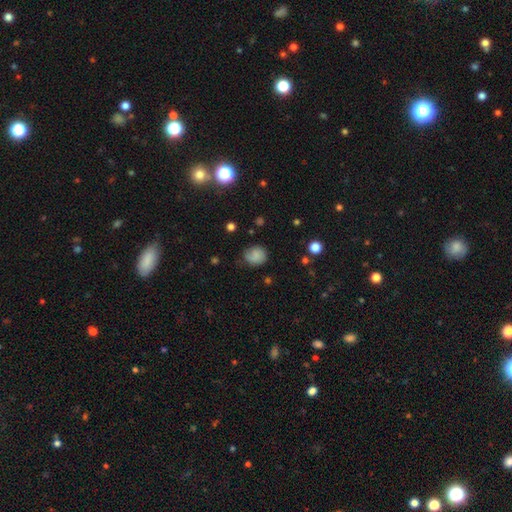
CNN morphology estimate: Q: Smooth or featured?
A: smooth (77%); runner-up: featured or disk (12%)
Q: How rounded?
A: round (76%); runner-up: in between (23%)
Q: Merging?
A: none (66%); runner-up: minor disturbance (25%)